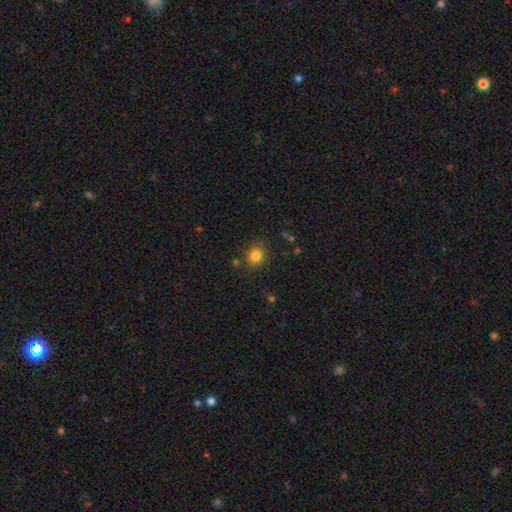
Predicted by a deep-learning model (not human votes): Smooth or featured? Predicted: smooth (p=0.82). How rounded? Predicted: round (p=0.73). Merging? Predicted: none (p=0.81).